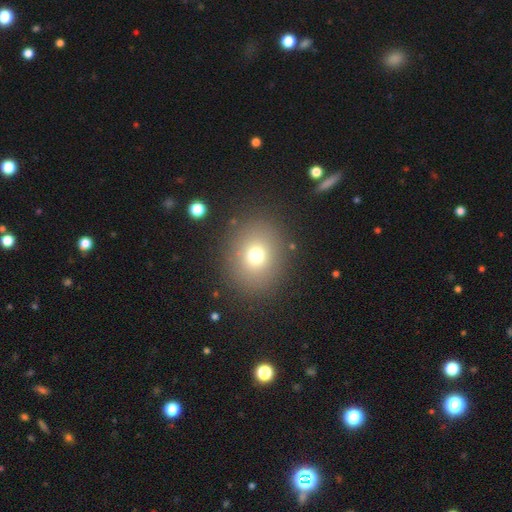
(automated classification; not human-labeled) This appears to be a smooth galaxy with no disk features (71%) that is round (68%). Merging: none (86%).